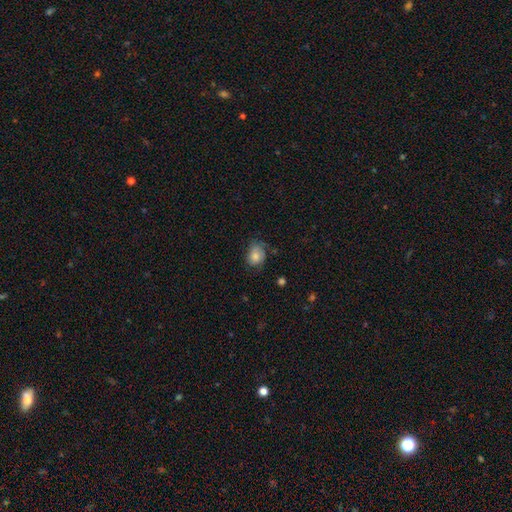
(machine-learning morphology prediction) Smooth or featured: smooth — 74% (featured or disk — 17%)
How rounded: in between — 60% (round — 39%)
Merging: none — 53% (minor disturbance — 31%)